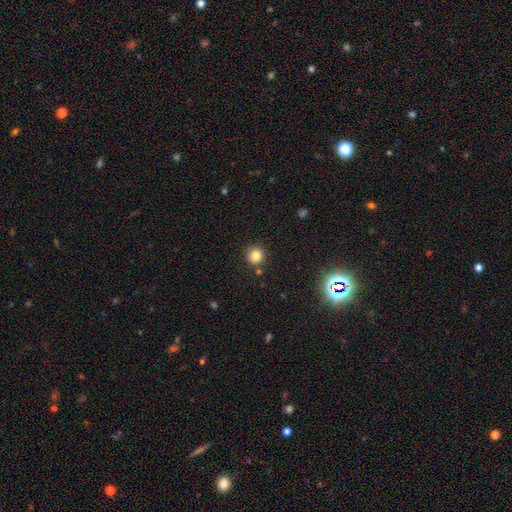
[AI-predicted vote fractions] smooth 81%, star or artifact 13%, featured or disk 5%. Down the decision tree: how rounded — round (92%); merging — none (86%).